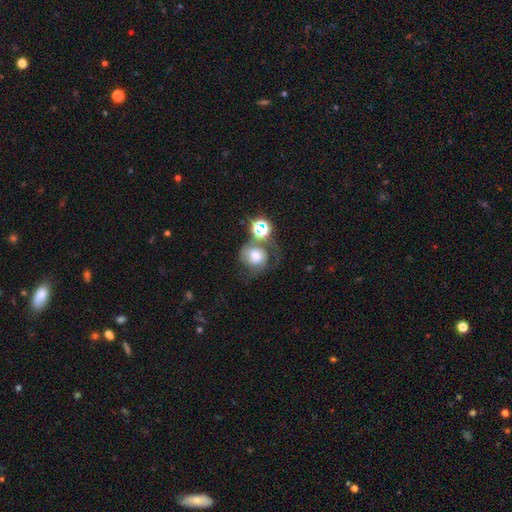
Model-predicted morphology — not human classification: The model was most divided on "smooth or featured": smooth: 44%, featured or disk: 43%, star or artifact: 13%. Remaining: merging — none (34%).